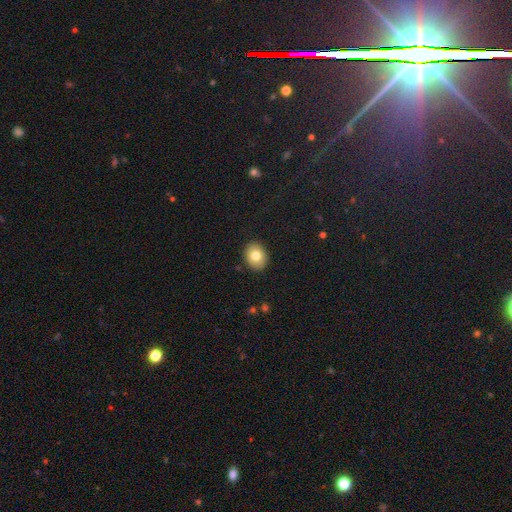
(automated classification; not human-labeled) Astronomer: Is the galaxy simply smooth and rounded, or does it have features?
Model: smooth — 78%.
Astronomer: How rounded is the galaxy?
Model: in between — 53% (runner-up: round, 46%).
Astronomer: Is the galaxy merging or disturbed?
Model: none — 90%.